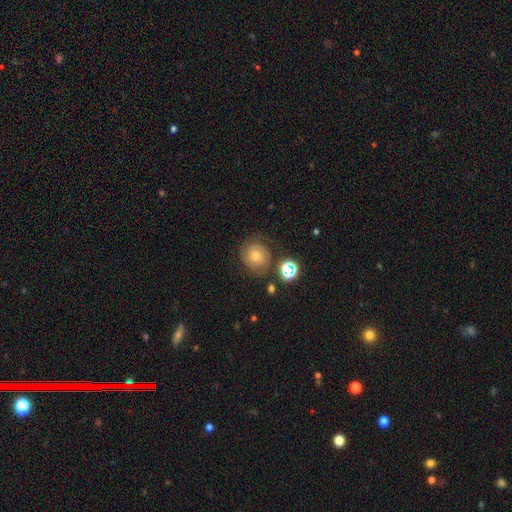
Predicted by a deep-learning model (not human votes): smooth 48%, featured or disk 34%, star or artifact 18%. Down the decision tree: merging — none (71%).